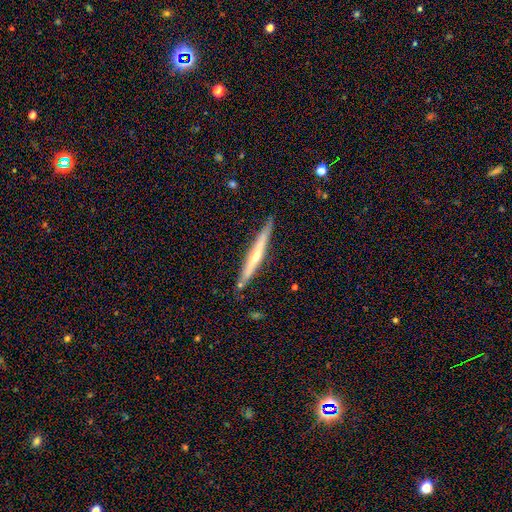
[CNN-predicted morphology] The model was most divided on "smooth or featured": featured or disk: 67%, smooth: 28%, star or artifact: 6%. More confident: edge-on disk — yes (95%); merging — none (85%); edge-on bulge — rounded (70%).